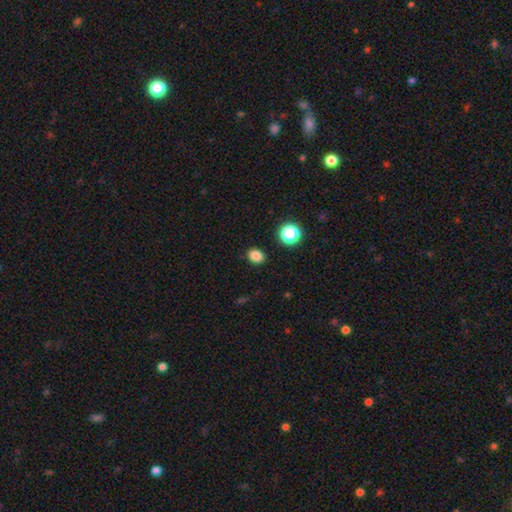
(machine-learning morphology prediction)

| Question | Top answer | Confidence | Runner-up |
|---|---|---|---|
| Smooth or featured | smooth | 83% | star or artifact (13%) |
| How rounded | in between | 50% | round (49%) |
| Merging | none | 89% | minor disturbance (7%) |